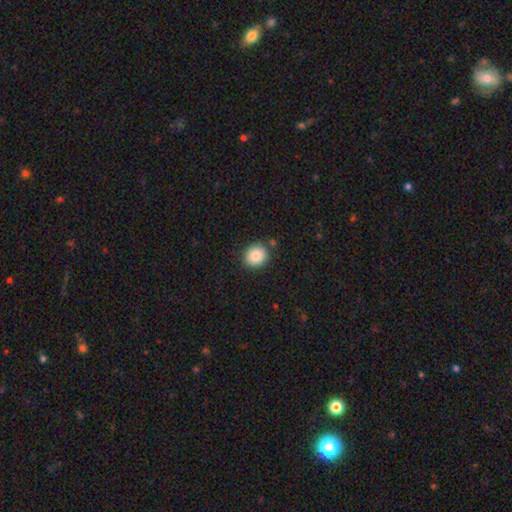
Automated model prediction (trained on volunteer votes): Overall: smooth (85%). How rounded: round (80%). Merging: none (86%).